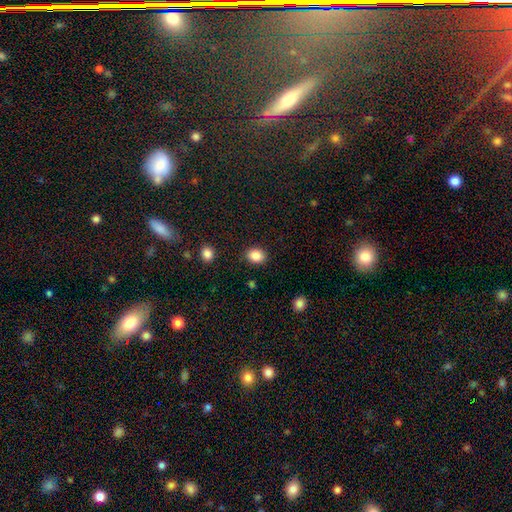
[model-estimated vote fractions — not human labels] The model was most divided on "how rounded": round: 55%, in between: 44%, cigar-shaped: 1%. More confident: merging — none (88%); smooth or featured — smooth (87%).